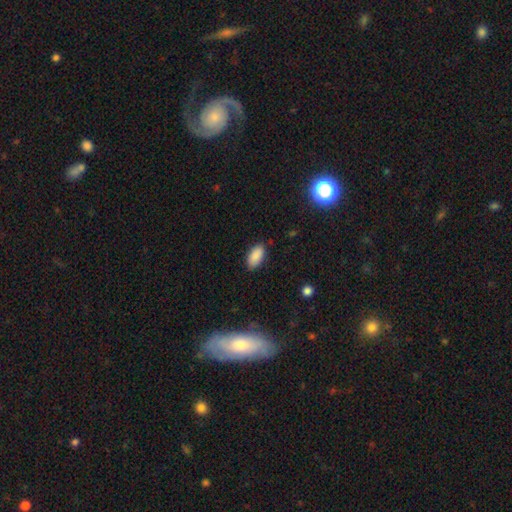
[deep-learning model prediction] Smooth or featured: smooth — 89% (star or artifact — 8%)
How rounded: in between — 93% (cigar-shaped — 4%)
Merging: none — 86% (minor disturbance — 11%)